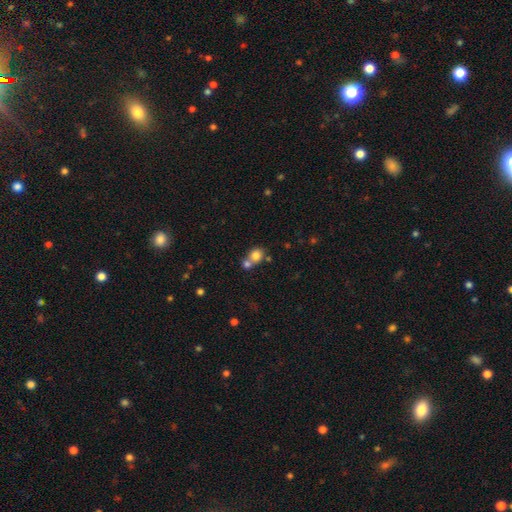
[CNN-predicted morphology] A smooth galaxy with no disk features (79%) that is round (75%).

Vote fractions:
- Smooth or featured? smooth: 79% / star or artifact: 11% / featured or disk: 10%
- How rounded? round: 75% / in between: 24% / cigar-shaped: 1%
- Merging? merger: 50% / none: 40% / minor disturbance: 7% / major disturbance: 3%